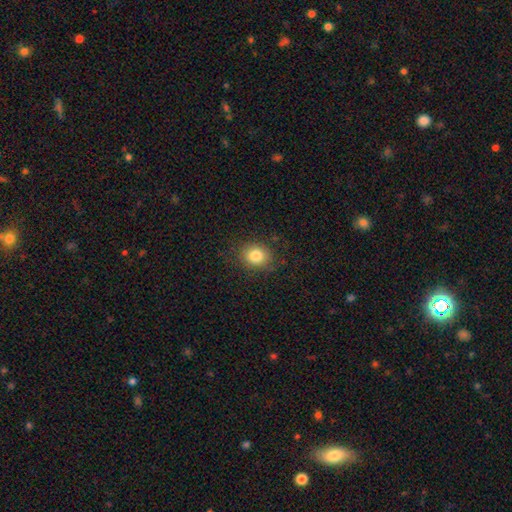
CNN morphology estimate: A smooth galaxy with no disk features (82%) that is round (61%). Merging: none (85%).